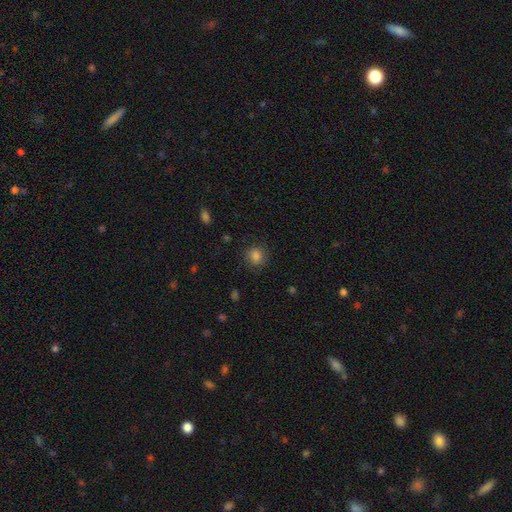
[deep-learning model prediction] Smooth or featured?
  - smooth: 83% *
  - star or artifact: 11%
  - featured or disk: 6%
How rounded?
  - round: 83% *
  - in between: 16%
  - cigar-shaped: 1%
Merging?
  - none: 83% *
  - minor disturbance: 12%
  - major disturbance: 4%
  - merger: 1%